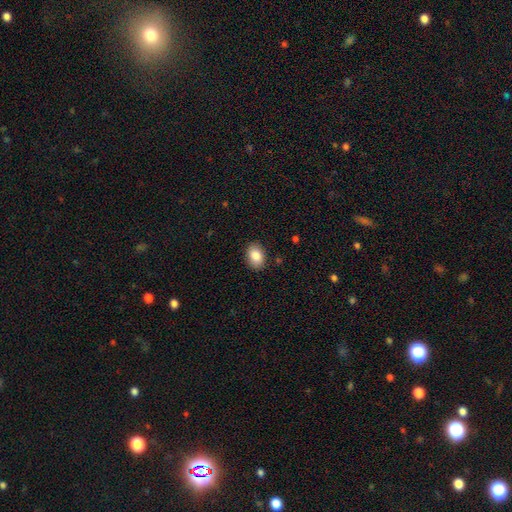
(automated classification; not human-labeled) A smooth galaxy with no disk features (86%) that is in between round and cigar-shaped (77%).

Vote fractions:
- Smooth or featured? smooth: 86% / star or artifact: 8% / featured or disk: 7%
- How rounded? in between: 77% / round: 22% / cigar-shaped: 1%
- Merging? none: 88% / minor disturbance: 9% / major disturbance: 2% / merger: 1%